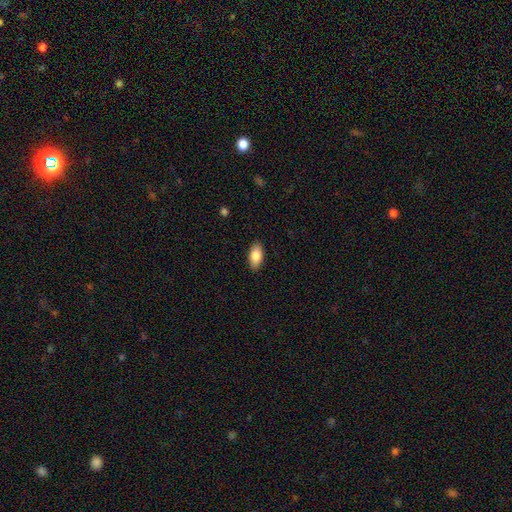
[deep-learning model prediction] A smooth galaxy with no disk features (82%) that is in between round and cigar-shaped (91%).

Vote fractions:
- Smooth or featured? smooth: 82% / featured or disk: 11% / star or artifact: 6%
- How rounded? in between: 91% / cigar-shaped: 6% / round: 3%
- Merging? none: 89% / minor disturbance: 8% / major disturbance: 2% / merger: 1%